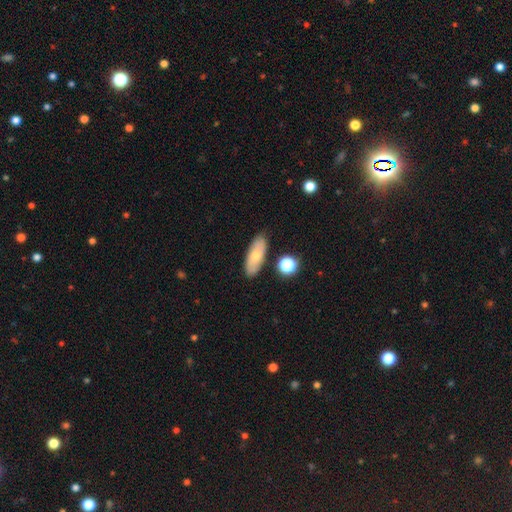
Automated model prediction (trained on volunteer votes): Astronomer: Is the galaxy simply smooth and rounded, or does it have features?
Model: smooth — 67%.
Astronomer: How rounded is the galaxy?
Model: in between — 71%.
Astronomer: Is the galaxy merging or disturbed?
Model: none — 81%.